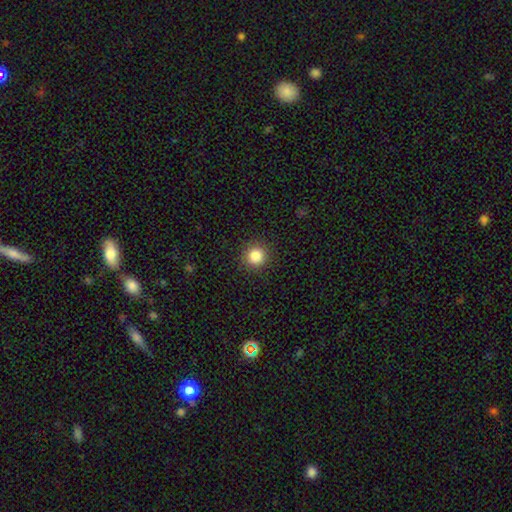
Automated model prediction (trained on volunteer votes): Q: Smooth or featured?
A: smooth (84%); runner-up: star or artifact (11%)
Q: How rounded?
A: round (94%); runner-up: in between (5%)
Q: Merging?
A: none (91%); runner-up: minor disturbance (6%)